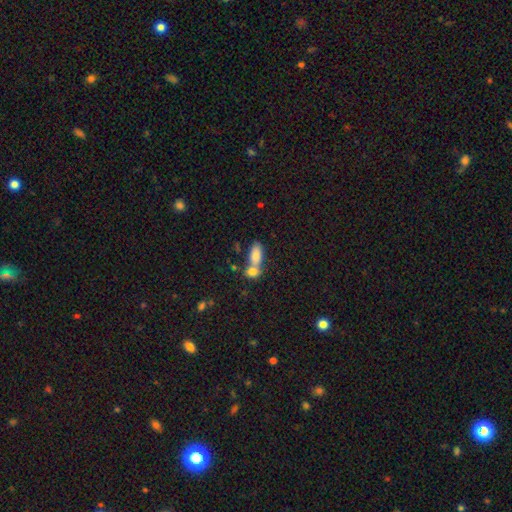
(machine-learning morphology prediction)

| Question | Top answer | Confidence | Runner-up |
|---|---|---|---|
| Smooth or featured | smooth | 82% | featured or disk (10%) |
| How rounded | in between | 87% | cigar-shaped (8%) |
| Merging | merger | 57% | none (30%) |